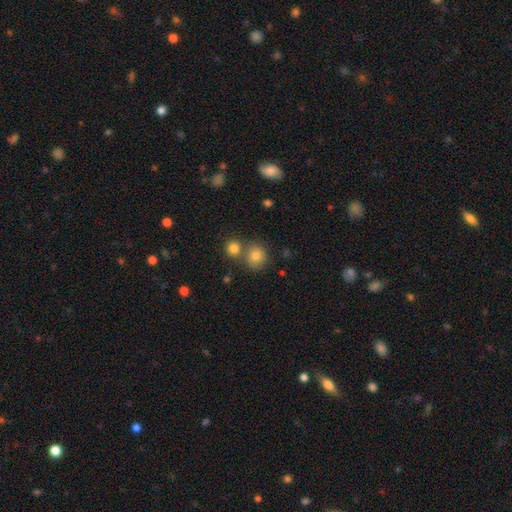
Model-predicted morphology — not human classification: The model was most divided on "merging": none: 59%, merger: 29%, minor disturbance: 9%, major disturbance: 3%. More confident: how rounded — round (84%); smooth or featured — smooth (80%).